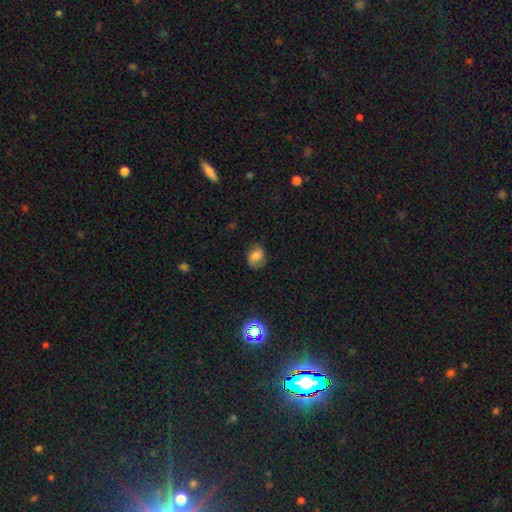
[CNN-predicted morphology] Smooth or featured? smooth (63%)
How rounded? round (50%)
Merging? none (72%)